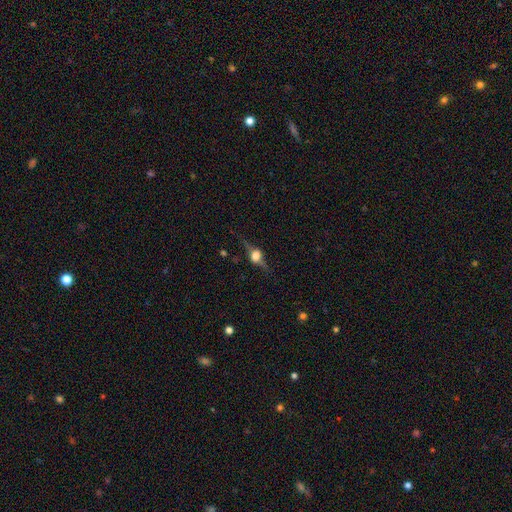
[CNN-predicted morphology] smooth-or-featured: featured or disk: 75% | smooth: 15% | star or artifact: 10%
  disk-edge-on: yes: 94% | no: 6%
    edge-on-bulge: rounded: 95% | boxy: 4% | none: 1%
  merging: none: 81% | minor disturbance: 13% | major disturbance: 5% | merger: 1%